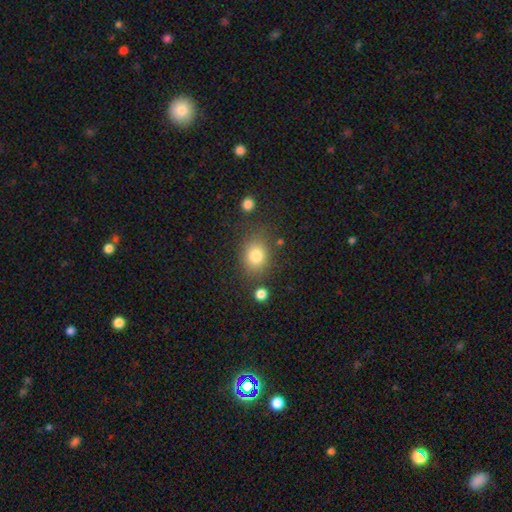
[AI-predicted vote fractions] A smooth galaxy with no disk features (81%) that is round (53%). Merging: none (74%).